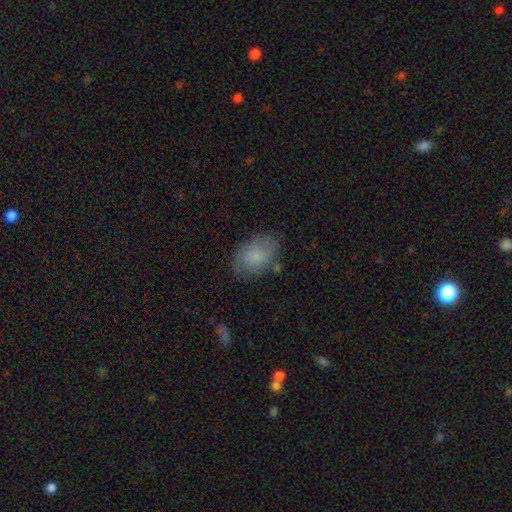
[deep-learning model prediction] This is likely a smooth galaxy (80%). How rounded: clearly in between (86%). Merging: likely none (72%).